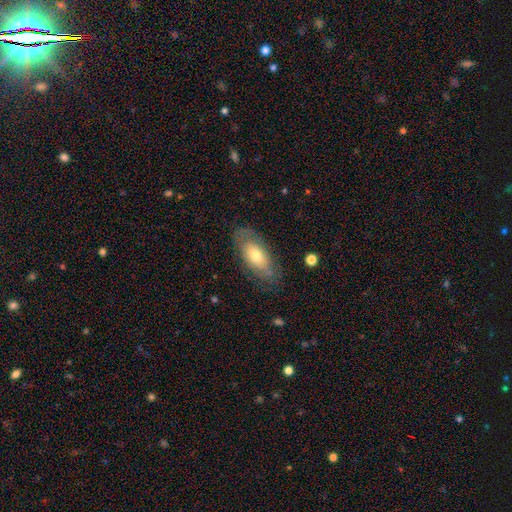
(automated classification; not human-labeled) smooth 55%, featured or disk 39%, star or artifact 7%. Down the decision tree: how rounded — in between (88%); merging — none (77%).